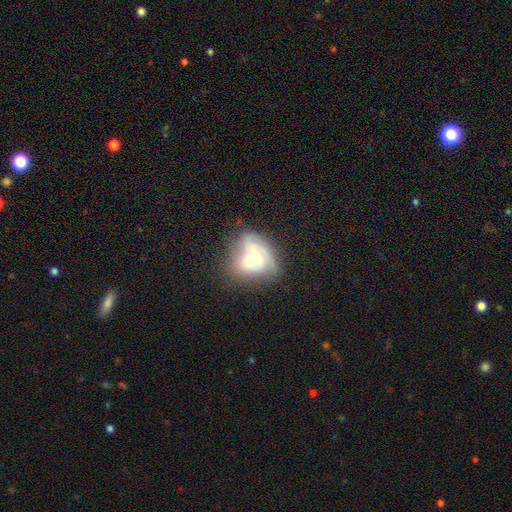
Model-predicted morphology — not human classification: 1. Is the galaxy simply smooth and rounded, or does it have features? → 45% smooth, 41% featured or disk, 14% star or artifact.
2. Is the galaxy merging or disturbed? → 47% none, 24% minor disturbance, 16% major disturbance, 13% merger.